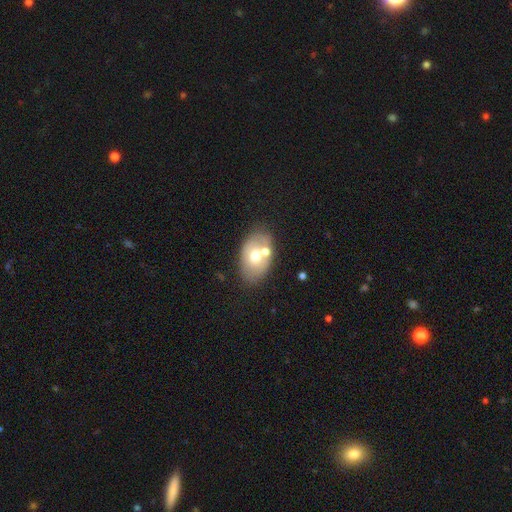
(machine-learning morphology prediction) smooth 60%, featured or disk 31%, star or artifact 9%. Down the decision tree: how rounded — in between (86%); merging — none (62%).